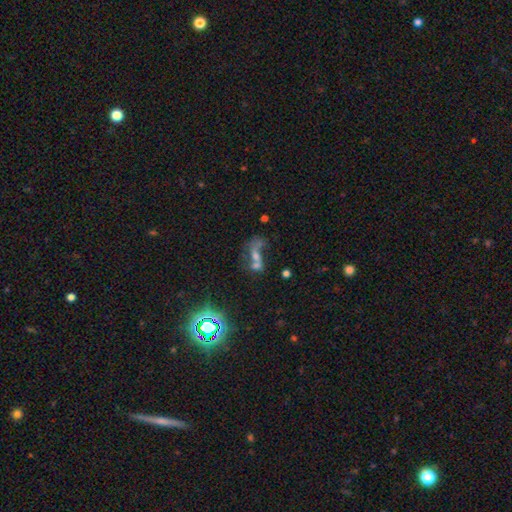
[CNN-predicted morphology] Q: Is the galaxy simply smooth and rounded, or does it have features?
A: star or artifact — 38%.